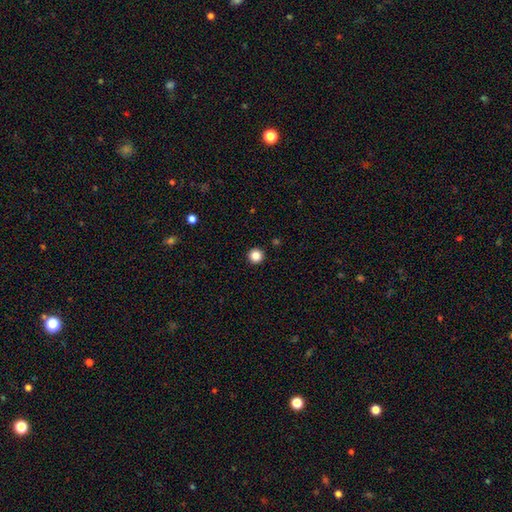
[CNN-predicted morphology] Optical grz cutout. It shows a smooth galaxy with no disk features (86%) that is round (97%). Merging: none (94%).